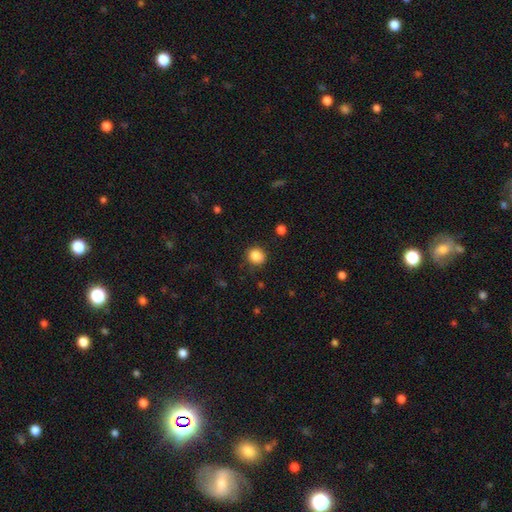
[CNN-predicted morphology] Smooth or featured? Predicted: smooth (p=0.86). How rounded? Predicted: round (p=0.83). Merging? Predicted: none (p=0.86).